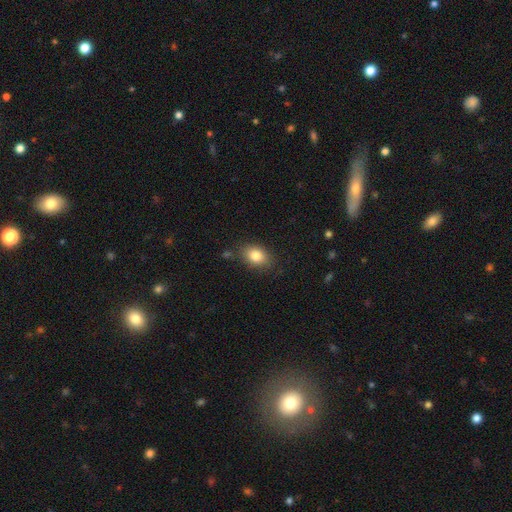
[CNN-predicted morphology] This appears to be a smooth galaxy with no disk features (83%) that is in between round and cigar-shaped (75%). Merging: none (80%).